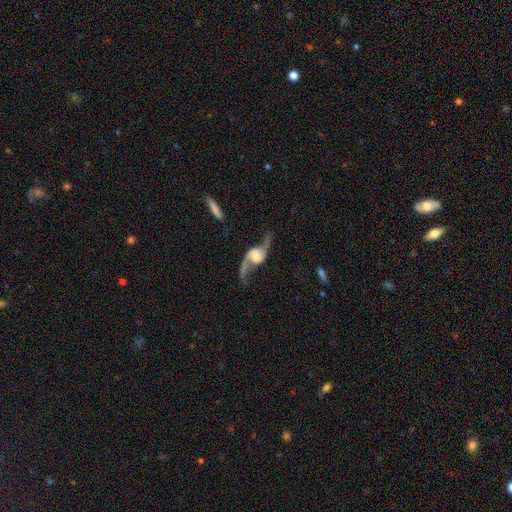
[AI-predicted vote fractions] Smooth or featured?
  - featured or disk: 88% *
  - smooth: 6%
  - star or artifact: 5%
Edge-on disk?
  - no: 94% *
  - yes: 6%
Bar?
  - no: 50% *
  - weak: 36%
  - strong: 14%
Spiral arms?
  - yes: 96% *
  - no: 4%
Spiral winding?
  - loose: 82% *
  - medium: 15%
  - tight: 3%
Spiral arm count?
  - 2: 92% *
  - 1: 3%
  - can't tell: 2%
  - 3: 1%
  - 4: 1%
  - more than 4: 1%
Bulge size?
  - moderate: 36% *
  - small: 29%
  - large: 19%
  - none: 12%
  - dominant: 4%
Merging?
  - none: 67% *
  - minor disturbance: 16%
  - major disturbance: 13%
  - merger: 3%